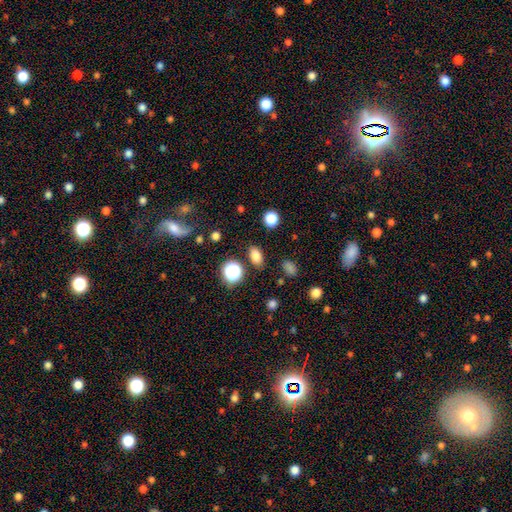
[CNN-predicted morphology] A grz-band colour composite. It shows a smooth galaxy with no disk features (79%) that is in between round and cigar-shaped (81%). Merging: none (86%).